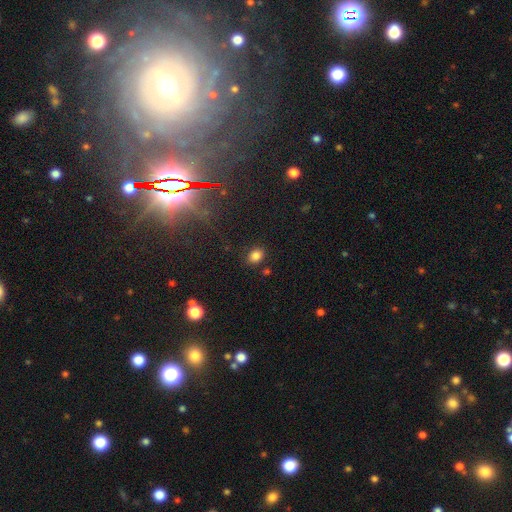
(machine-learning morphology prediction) Smooth or featured?
  - smooth: 82% *
  - star or artifact: 13%
  - featured or disk: 6%
How rounded?
  - in between: 56% *
  - round: 43%
  - cigar-shaped: 1%
Merging?
  - none: 83% *
  - minor disturbance: 10%
  - merger: 4%
  - major disturbance: 3%